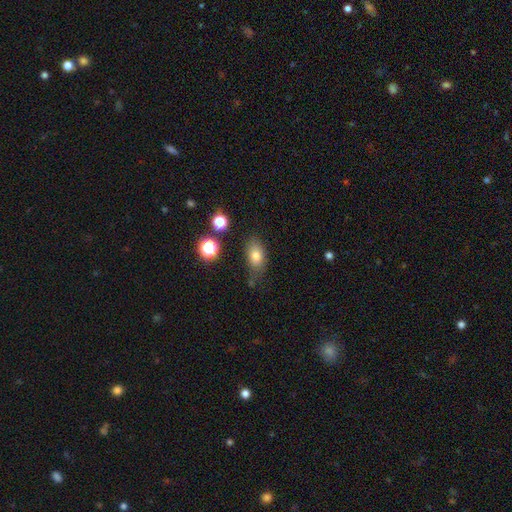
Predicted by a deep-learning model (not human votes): smooth_or_featured: smooth (p=0.76) [alt: featured or disk p=0.12]
how_rounded: in between (p=0.82) [alt: round p=0.15]
merging: none (p=0.69) [alt: minor disturbance p=0.21]